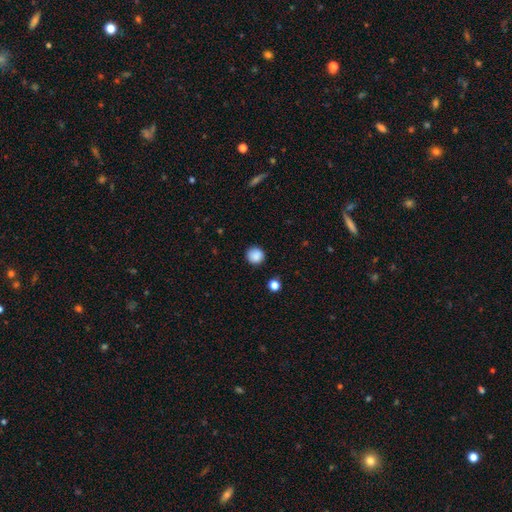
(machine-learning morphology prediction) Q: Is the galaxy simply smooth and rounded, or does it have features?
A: smooth — 87%.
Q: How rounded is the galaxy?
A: round — 93%.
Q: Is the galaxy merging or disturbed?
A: none — 89%.